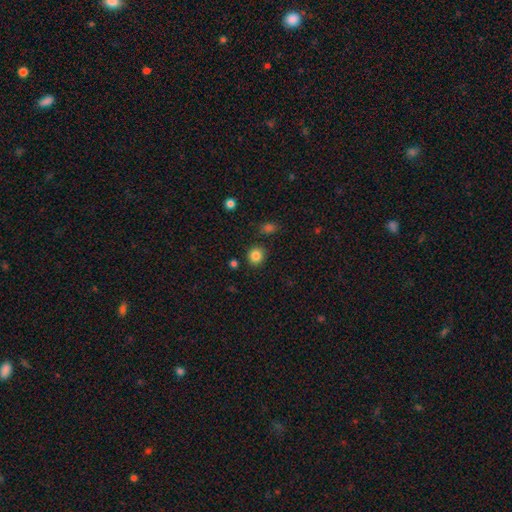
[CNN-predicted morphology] Smooth or featured?
  - smooth: 84% *
  - star or artifact: 11%
  - featured or disk: 5%
How rounded?
  - round: 85% *
  - in between: 14%
  - cigar-shaped: 1%
Merging?
  - none: 85% *
  - minor disturbance: 9%
  - merger: 3%
  - major disturbance: 3%